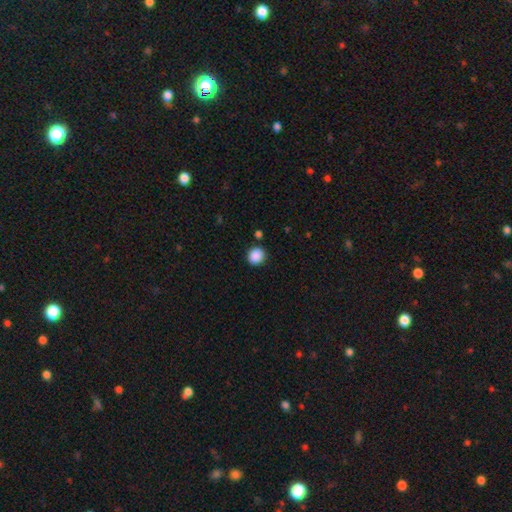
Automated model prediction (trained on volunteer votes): smooth 89%, star or artifact 9%, featured or disk 3%. Down the decision tree: how rounded — round (87%); merging — none (87%).